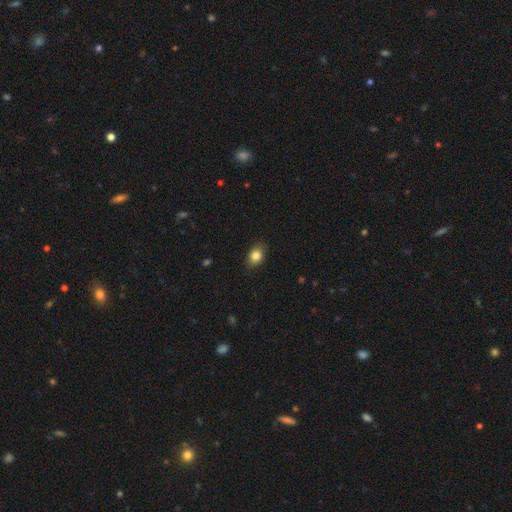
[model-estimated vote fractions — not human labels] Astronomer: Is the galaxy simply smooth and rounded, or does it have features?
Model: smooth — 85%.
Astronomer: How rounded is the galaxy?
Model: in between — 70%.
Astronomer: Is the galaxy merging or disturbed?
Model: none — 83%.